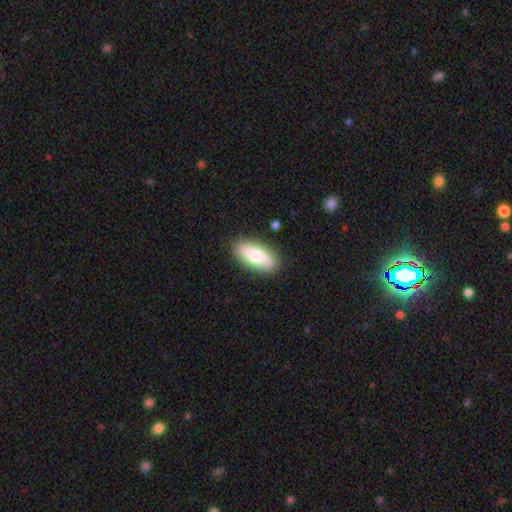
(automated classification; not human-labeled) Smooth or featured: smooth — 73% (featured or disk — 21%)
How rounded: in between — 85% (cigar-shaped — 12%)
Merging: none — 85% (minor disturbance — 11%)